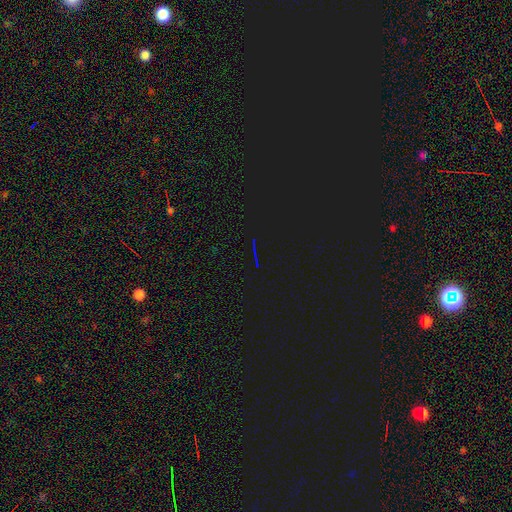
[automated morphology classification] Smooth or featured? star or artifact (82%)